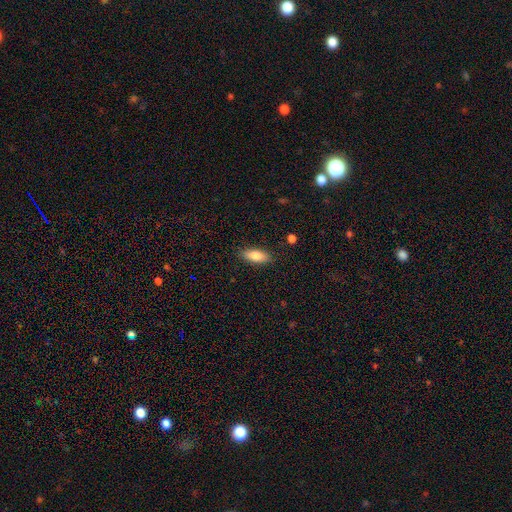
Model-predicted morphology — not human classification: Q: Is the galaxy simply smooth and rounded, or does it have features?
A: smooth — 81%.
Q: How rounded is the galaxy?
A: in between — 76%.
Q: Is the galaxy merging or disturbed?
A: none — 87%.